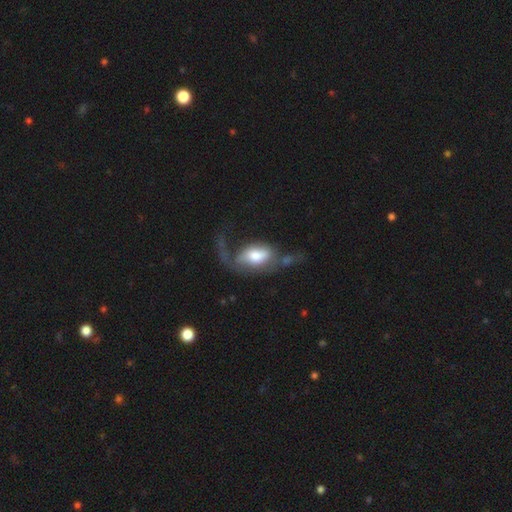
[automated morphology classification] A smooth galaxy with no disk features (49%). Merging: major disturbance (50%).